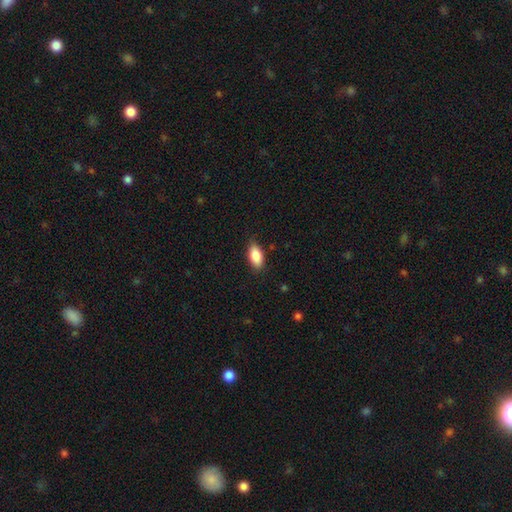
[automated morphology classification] Q: Smooth or featured?
A: smooth (85%); runner-up: featured or disk (8%)
Q: How rounded?
A: in between (90%); runner-up: cigar-shaped (7%)
Q: Merging?
A: none (84%); runner-up: minor disturbance (13%)